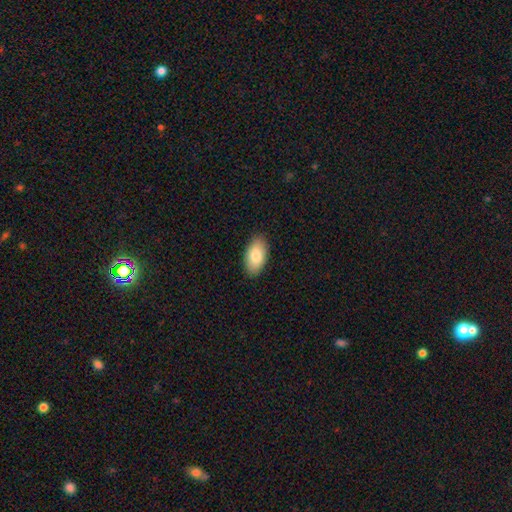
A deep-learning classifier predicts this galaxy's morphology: The model was most divided on "smooth or featured": smooth: 83%, featured or disk: 11%, star or artifact: 6%. More confident: how rounded — in between (94%); merging — none (89%).